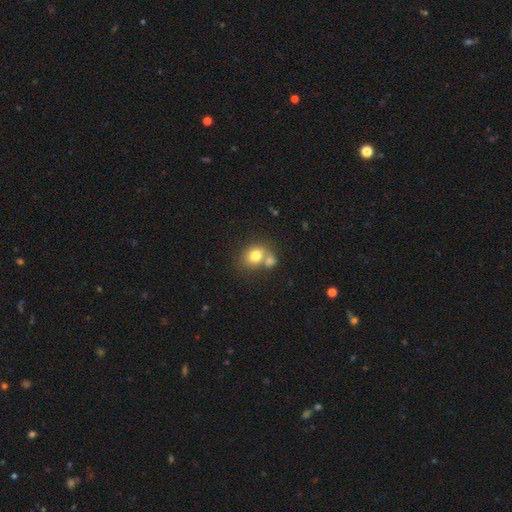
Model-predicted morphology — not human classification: Smooth or featured: smooth — 77% (featured or disk — 12%)
How rounded: round — 59% (in between — 40%)
Merging: merger — 45% (none — 41%)